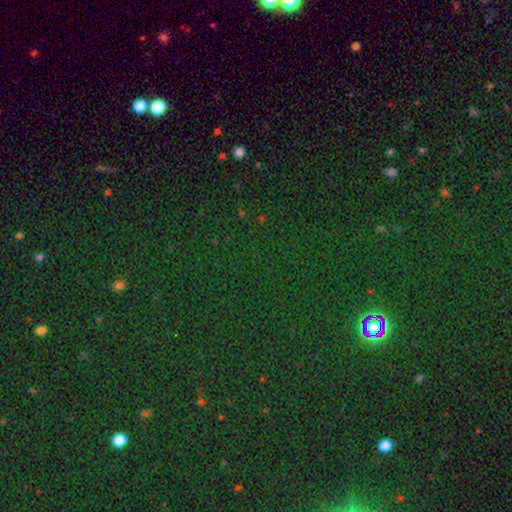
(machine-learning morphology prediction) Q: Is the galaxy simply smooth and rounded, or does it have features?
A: star or artifact — 77%.